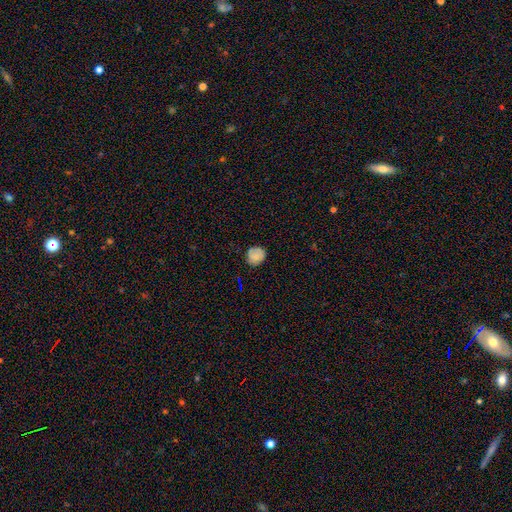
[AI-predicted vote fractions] smooth 79%, featured or disk 11%, star or artifact 10%. Down the decision tree: how rounded — round (79%); merging — none (80%).